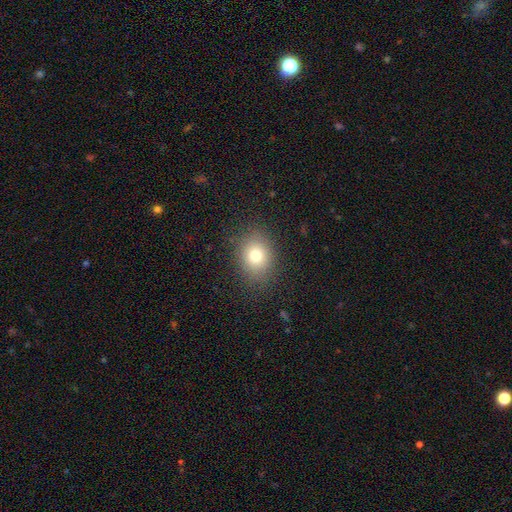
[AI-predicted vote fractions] Smooth or featured? Predicted: smooth (p=0.76). How rounded? Predicted: round (p=0.52). Merging? Predicted: none (p=0.85).